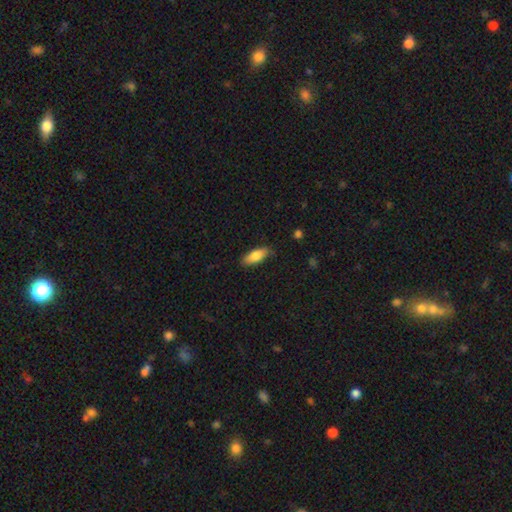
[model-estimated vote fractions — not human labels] A smooth galaxy with no disk features (80%) that is in between round and cigar-shaped (74%). Merging: none (81%).